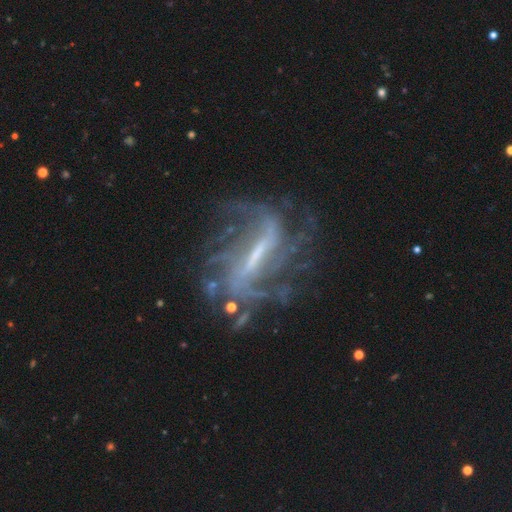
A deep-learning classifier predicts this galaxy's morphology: smooth-or-featured: featured or disk: 85% | star or artifact: 10% | smooth: 6%
  disk-edge-on: no: 90% | yes: 10%
    bar: strong: 62% | weak: 28% | no: 9%
    has-spiral-arms: yes: 89% | no: 11%
      spiral-winding: medium: 38% | tight: 33% | loose: 28%
      spiral-arm-count: can't tell: 38% | 4: 18% | 2: 14% | 3: 14% | more than 4: 10% | 1: 6%
    bulge-size: small: 36% | none: 29% | moderate: 28% | large: 6% | dominant: 1%
  merging: none: 60% | major disturbance: 20% | minor disturbance: 17% | merger: 4%